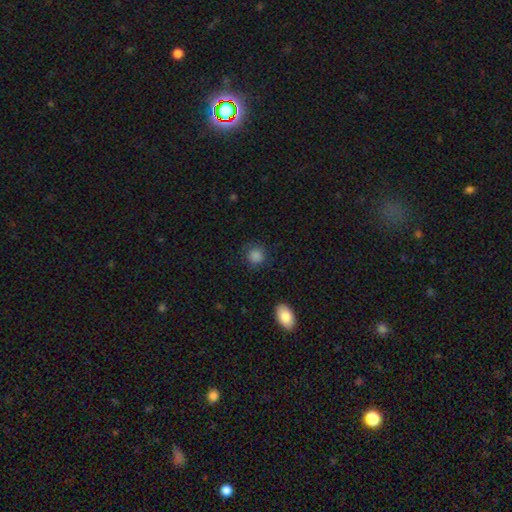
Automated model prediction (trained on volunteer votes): smooth-or-featured: smooth: 85% | star or artifact: 11% | featured or disk: 4%
  how-rounded: round: 88% | in between: 11% | cigar-shaped: 1%
  merging: none: 84% | minor disturbance: 11% | major disturbance: 4% | merger: 2%